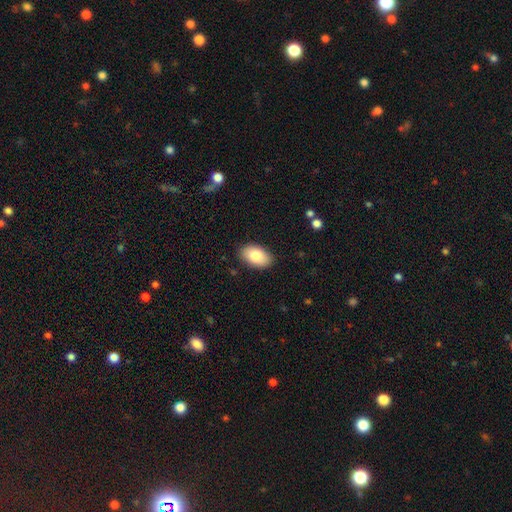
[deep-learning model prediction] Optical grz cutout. It shows a smooth galaxy with no disk features (84%) that is in between round and cigar-shaped (93%). Merging: none (87%).